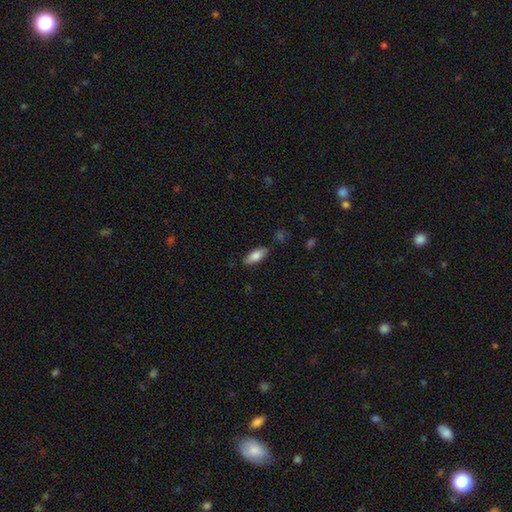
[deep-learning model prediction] This is clearly a smooth galaxy (81%). How rounded: likely in between (80%). Merging: clearly none (84%).